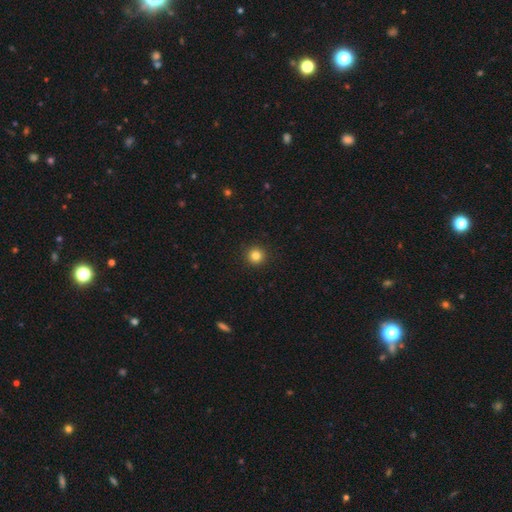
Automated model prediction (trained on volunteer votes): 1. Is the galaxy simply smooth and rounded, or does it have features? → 83% smooth, 12% star or artifact, 5% featured or disk.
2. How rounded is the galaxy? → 96% round, 3% in between, 1% cigar-shaped.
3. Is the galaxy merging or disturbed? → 93% none, 4% minor disturbance, 2% major disturbance, 1% merger.